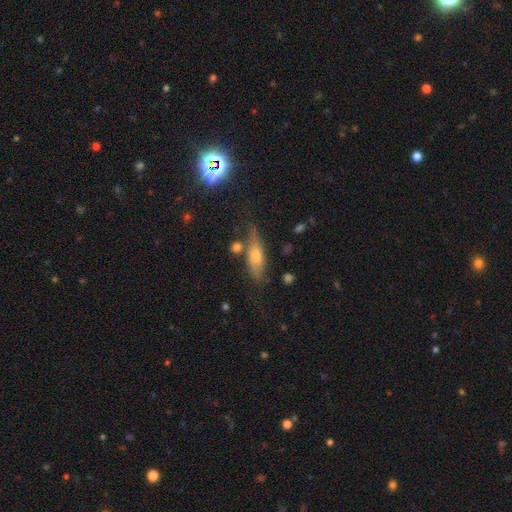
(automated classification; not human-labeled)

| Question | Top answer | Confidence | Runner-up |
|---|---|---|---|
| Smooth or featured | smooth | 50% | featured or disk (38%) |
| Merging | none | 62% | minor disturbance (21%) |